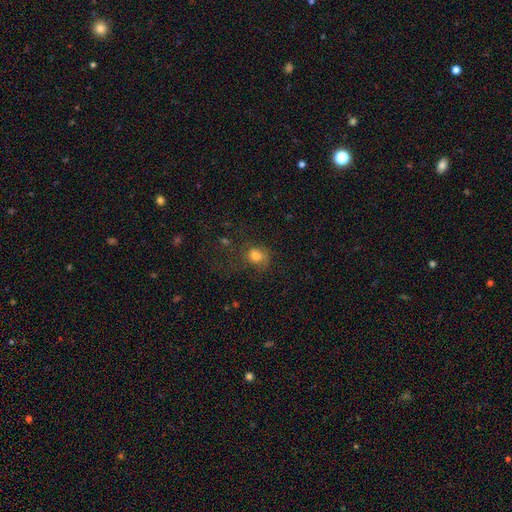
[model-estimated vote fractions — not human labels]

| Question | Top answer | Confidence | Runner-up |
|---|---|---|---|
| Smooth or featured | smooth | 75% | star or artifact (13%) |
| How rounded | round | 59% | in between (40%) |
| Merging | none | 50% | minor disturbance (23%) |